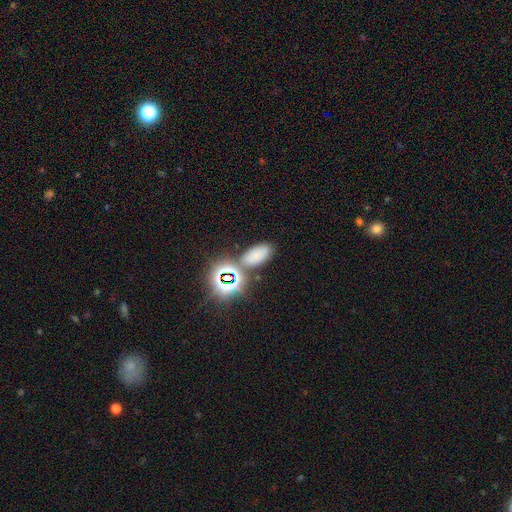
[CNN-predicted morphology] Q: Smooth or featured?
A: smooth (67%); runner-up: star or artifact (26%)
Q: How rounded?
A: in between (84%); runner-up: round (10%)
Q: Merging?
A: none (72%); runner-up: merger (12%)